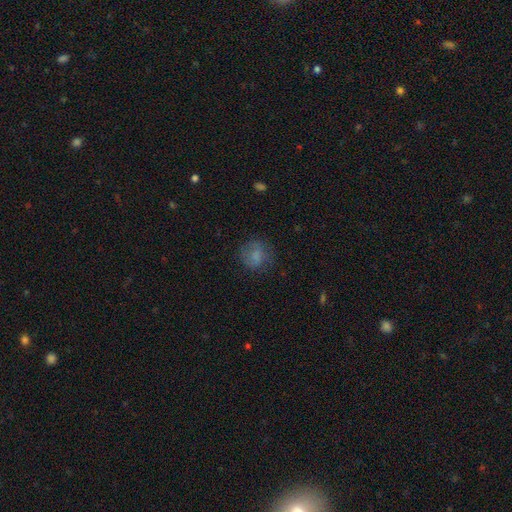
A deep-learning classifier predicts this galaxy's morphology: Smooth or featured? Predicted: smooth (p=0.77). How rounded? Predicted: round (p=0.82). Merging? Predicted: none (p=0.70).